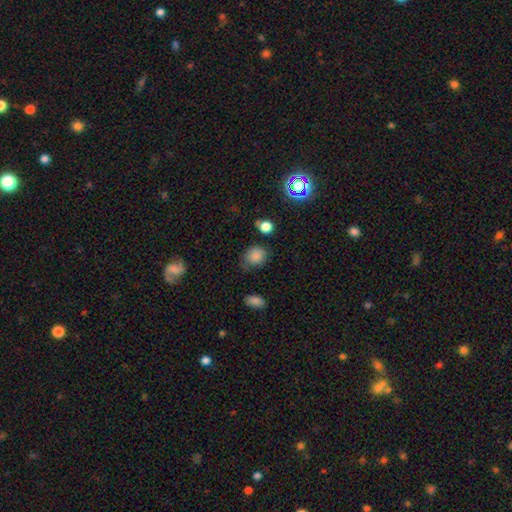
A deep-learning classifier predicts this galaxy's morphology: smooth 82%, star or artifact 12%, featured or disk 6%. Down the decision tree: how rounded — round (66%); merging — none (64%).